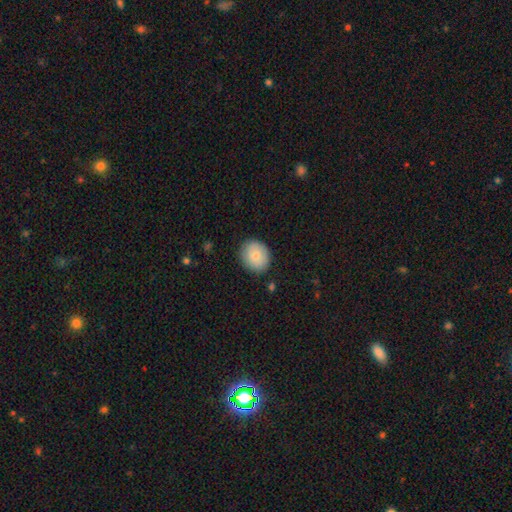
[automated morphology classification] Smooth or featured? smooth (81%)
How rounded? round (68%)
Merging? none (84%)